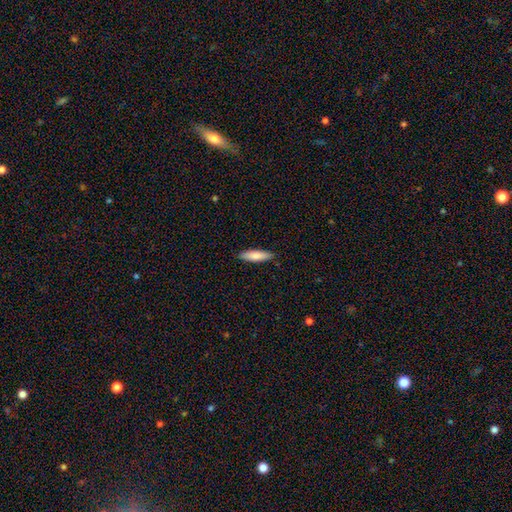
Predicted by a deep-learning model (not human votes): Smooth or featured? smooth (81%)
How rounded? cigar-shaped (66%)
Merging? none (89%)